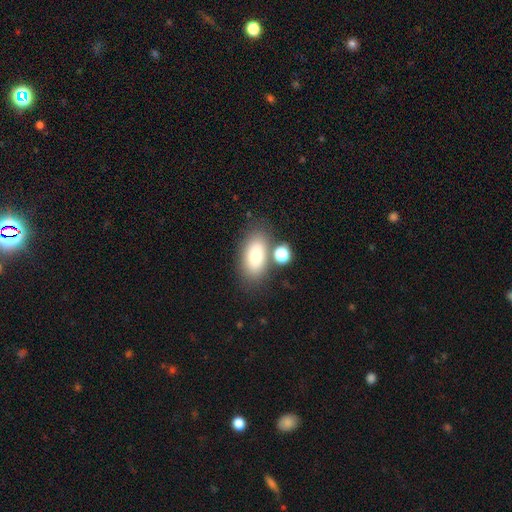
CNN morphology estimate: A smooth galaxy with no disk features (74%) that is in between round and cigar-shaped (90%).

Vote fractions:
- Smooth or featured? smooth: 74% / featured or disk: 17% / star or artifact: 9%
- How rounded? in between: 90% / round: 7% / cigar-shaped: 3%
- Merging? none: 68% / merger: 14% / minor disturbance: 13% / major disturbance: 5%